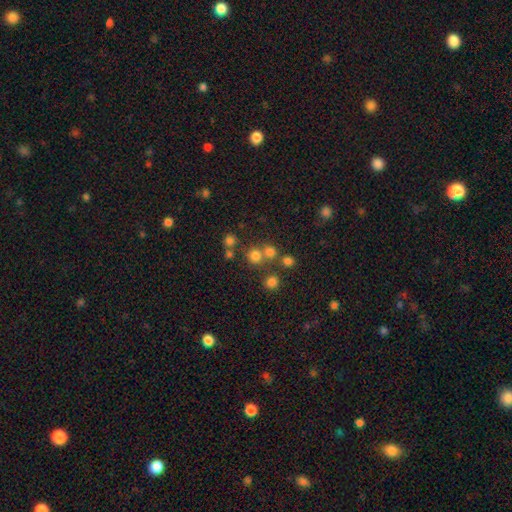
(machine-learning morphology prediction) Smooth or featured? smooth (71%)
How rounded? round (90%)
Merging? none (63%)